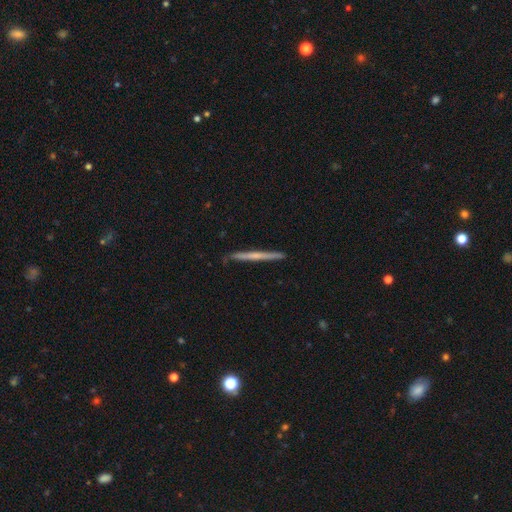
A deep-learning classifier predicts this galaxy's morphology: A featured or disk galaxy (55%) viewed edge-on (98%) with no central bulge (69%).

Vote fractions:
- Smooth or featured? featured or disk: 55% / smooth: 39% / star or artifact: 5%
- Edge-on disk? yes: 98% / no: 2%
- Edge-on bulge? none: 69% / rounded: 25% / boxy: 6%
- Merging? none: 90% / minor disturbance: 8% / major disturbance: 1% / merger: 1%